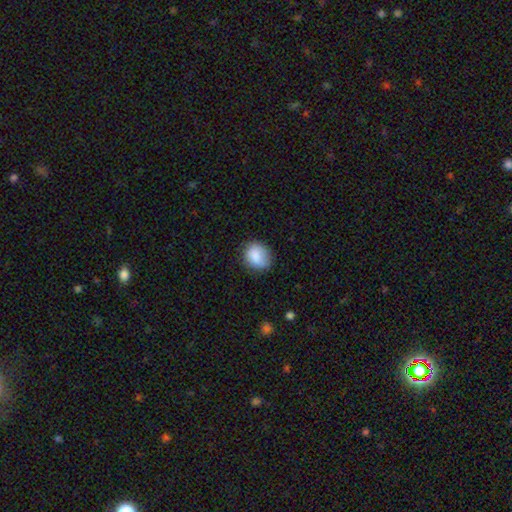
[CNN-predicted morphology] smooth_or_featured: smooth (p=0.85) [alt: star or artifact p=0.08]
how_rounded: round (p=0.56) [alt: in between p=0.43]
merging: none (p=0.75) [alt: minor disturbance p=0.20]